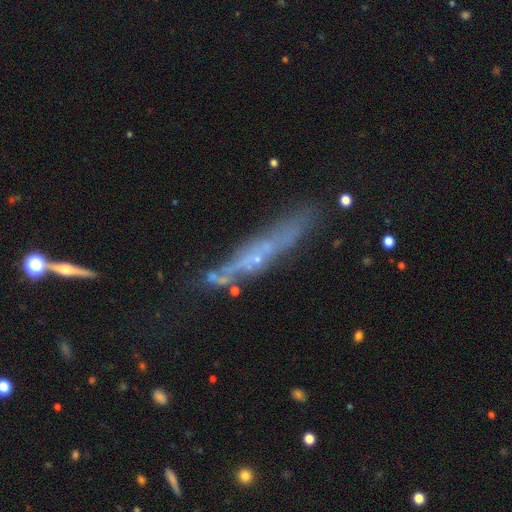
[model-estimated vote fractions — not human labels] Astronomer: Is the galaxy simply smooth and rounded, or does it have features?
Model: featured or disk — 57%.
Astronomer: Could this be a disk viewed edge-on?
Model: yes — 76%.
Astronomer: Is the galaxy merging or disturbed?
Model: none — 63%.